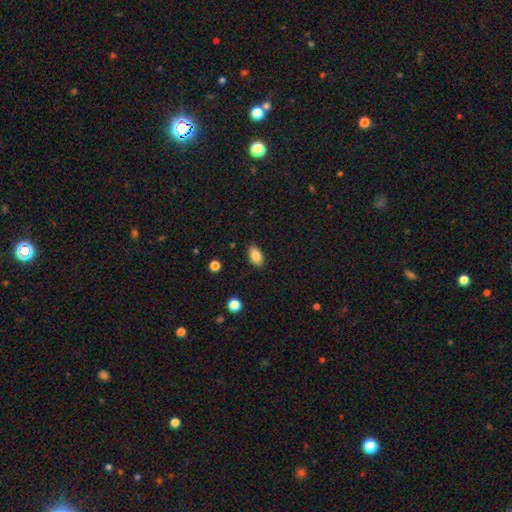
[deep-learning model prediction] smooth-or-featured: smooth: 86% | star or artifact: 9% | featured or disk: 6%
  how-rounded: in between: 92% | round: 6% | cigar-shaped: 2%
  merging: none: 87% | minor disturbance: 10% | major disturbance: 2% | merger: 1%